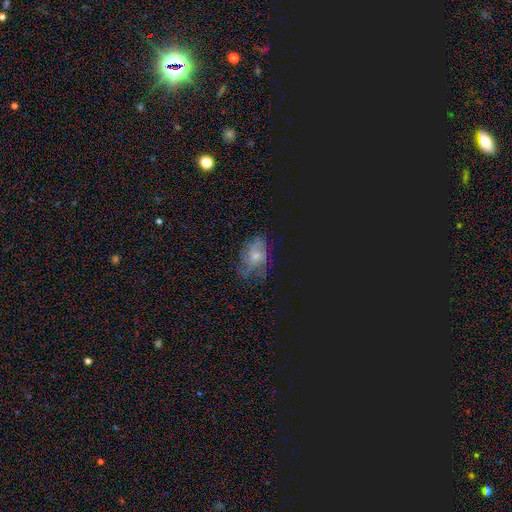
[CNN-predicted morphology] Smooth or featured? featured or disk (38%)
Merging? none (65%)